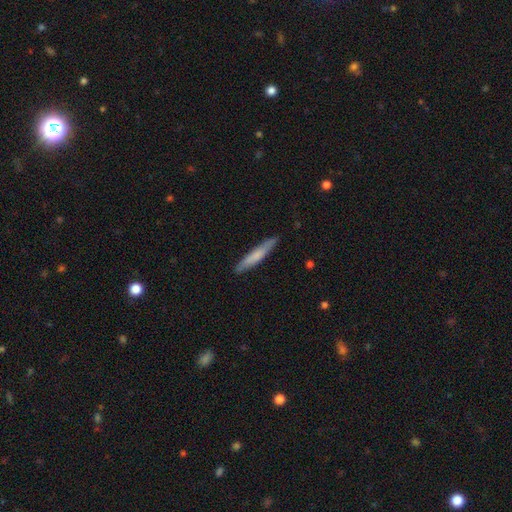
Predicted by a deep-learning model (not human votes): A smooth galaxy with no disk features (68%) that is cigar-shaped (94%). Merging: none (88%).